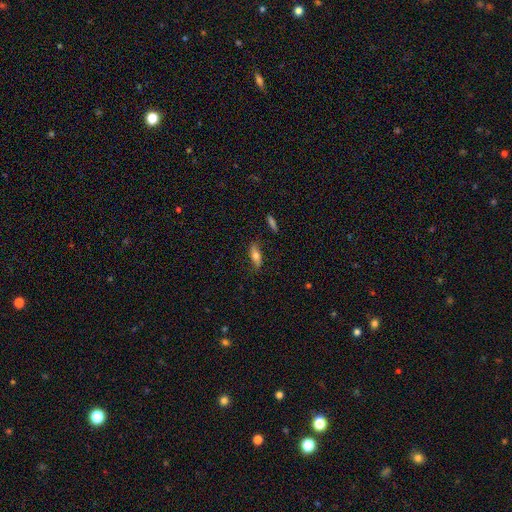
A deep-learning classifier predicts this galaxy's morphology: Smooth or featured?
  - smooth: 62% *
  - featured or disk: 31%
  - star or artifact: 8%
How rounded?
  - in between: 64% *
  - cigar-shaped: 32%
  - round: 4%
Merging?
  - none: 77% *
  - minor disturbance: 17%
  - major disturbance: 4%
  - merger: 2%